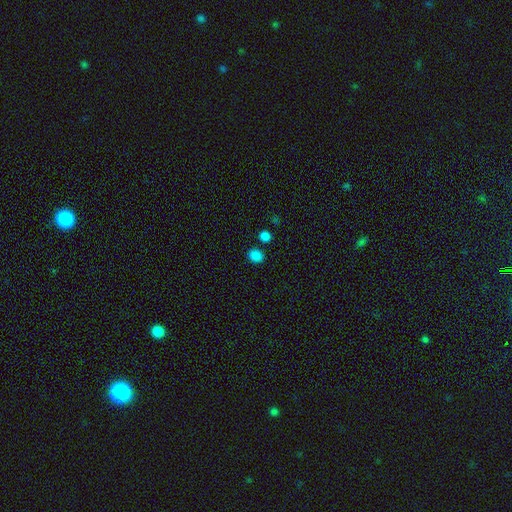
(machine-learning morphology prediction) Q: Smooth or featured?
A: smooth (84%); runner-up: star or artifact (13%)
Q: How rounded?
A: round (65%); runner-up: in between (35%)
Q: Merging?
A: none (82%); runner-up: minor disturbance (9%)